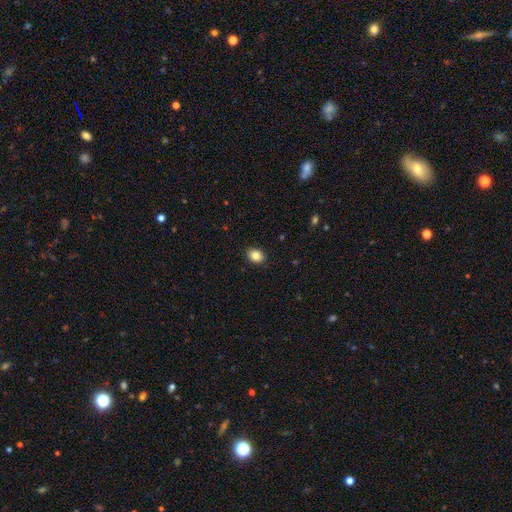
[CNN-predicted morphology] smooth 86%, star or artifact 9%, featured or disk 5%. Down the decision tree: how rounded — in between (63%); merging — none (90%).